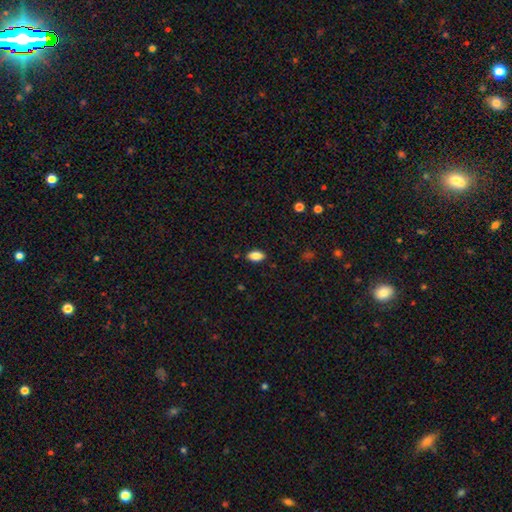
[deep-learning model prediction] smooth_or_featured: smooth (p=0.87) [alt: star or artifact p=0.08]
how_rounded: in between (p=0.92) [alt: round p=0.05]
merging: none (p=0.86) [alt: minor disturbance p=0.10]